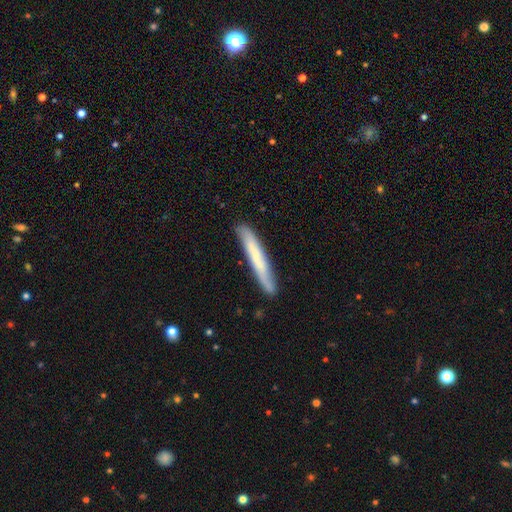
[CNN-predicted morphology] smooth 59%, featured or disk 35%, star or artifact 6%. Down the decision tree: how rounded — cigar-shaped (96%); merging — none (86%).